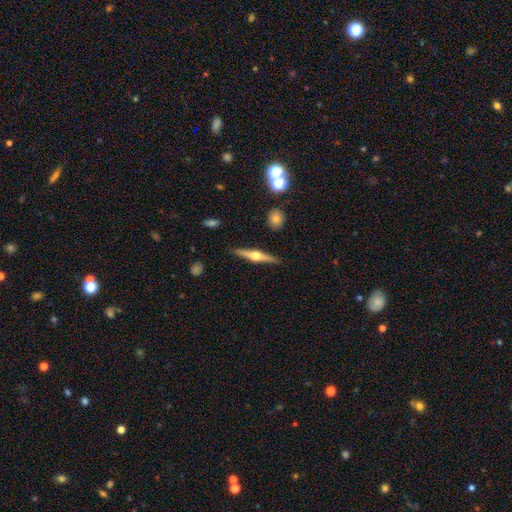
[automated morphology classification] type=featured or disk (74%); edge-on=yes (98%); edge-on bulge=rounded (95%); merging=none (90%).